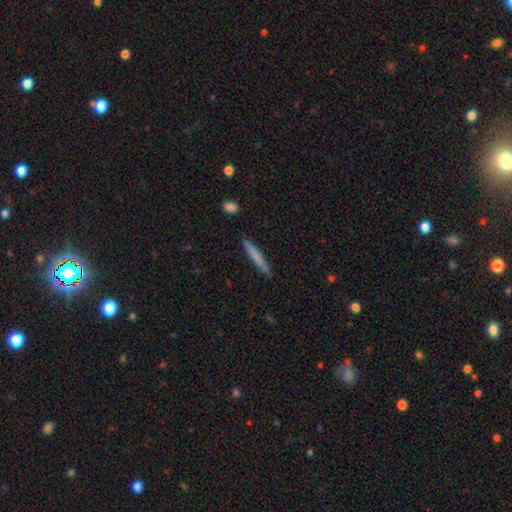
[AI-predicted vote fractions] Smooth or featured?
  - smooth: 72% *
  - featured or disk: 23%
  - star or artifact: 5%
How rounded?
  - cigar-shaped: 96% *
  - in between: 3%
  - round: 1%
Merging?
  - none: 89% *
  - minor disturbance: 8%
  - major disturbance: 2%
  - merger: 1%